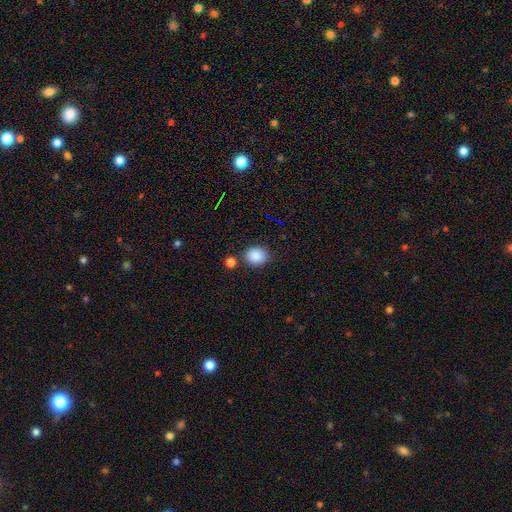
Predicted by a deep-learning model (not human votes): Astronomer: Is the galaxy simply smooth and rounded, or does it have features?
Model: smooth — 86%.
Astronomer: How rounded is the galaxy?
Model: round — 64%.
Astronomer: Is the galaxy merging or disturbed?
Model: none — 78%.